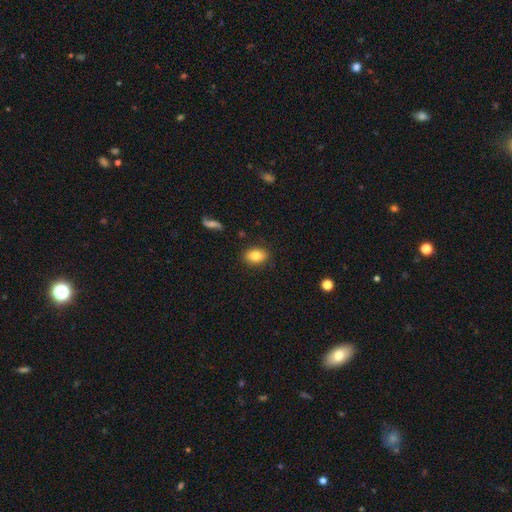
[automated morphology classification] Q: Smooth or featured?
A: smooth (83%); runner-up: featured or disk (9%)
Q: How rounded?
A: in between (80%); runner-up: round (18%)
Q: Merging?
A: none (87%); runner-up: minor disturbance (9%)